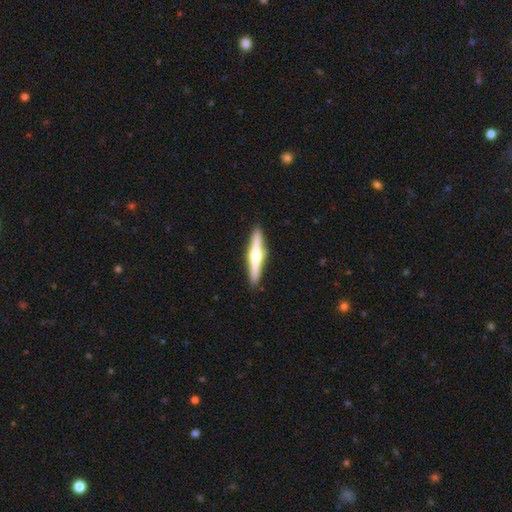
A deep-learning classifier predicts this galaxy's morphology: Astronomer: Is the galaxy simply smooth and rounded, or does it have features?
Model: featured or disk — 65%.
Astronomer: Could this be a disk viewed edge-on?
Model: yes — 97%.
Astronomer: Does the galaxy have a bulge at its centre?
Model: rounded — 92%.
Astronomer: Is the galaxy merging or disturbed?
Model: none — 90%.